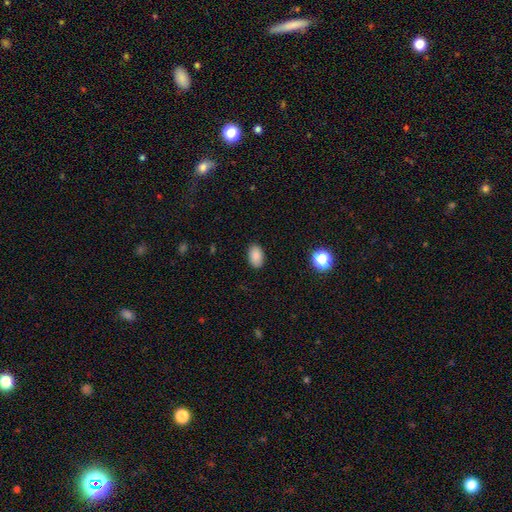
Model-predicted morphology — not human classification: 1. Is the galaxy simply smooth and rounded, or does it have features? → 87% smooth, 9% star or artifact, 4% featured or disk.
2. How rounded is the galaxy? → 91% in between, 8% round, 1% cigar-shaped.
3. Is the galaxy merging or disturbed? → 87% none, 9% minor disturbance, 2% major disturbance, 1% merger.